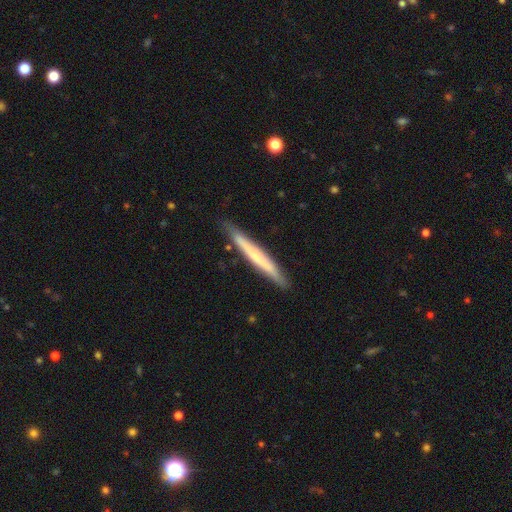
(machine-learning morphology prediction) The model was most divided on "smooth or featured": smooth: 49%, featured or disk: 46%, star or artifact: 5%. More confident: merging — none (86%).